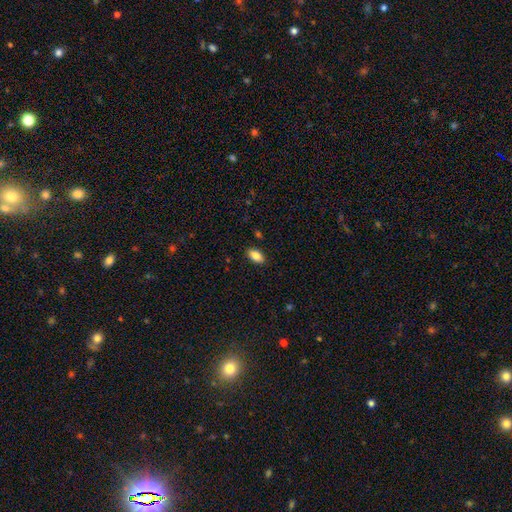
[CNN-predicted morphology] smooth-or-featured: smooth: 87% | star or artifact: 8% | featured or disk: 5%
  how-rounded: in between: 92% | round: 5% | cigar-shaped: 3%
  merging: none: 88% | minor disturbance: 9% | major disturbance: 2% | merger: 1%